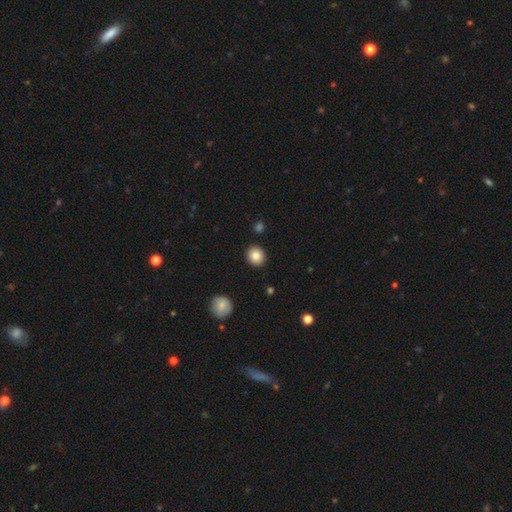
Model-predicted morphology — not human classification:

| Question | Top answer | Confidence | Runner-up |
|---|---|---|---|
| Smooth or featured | smooth | 85% | star or artifact (9%) |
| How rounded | round | 82% | in between (17%) |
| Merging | none | 91% | minor disturbance (6%) |